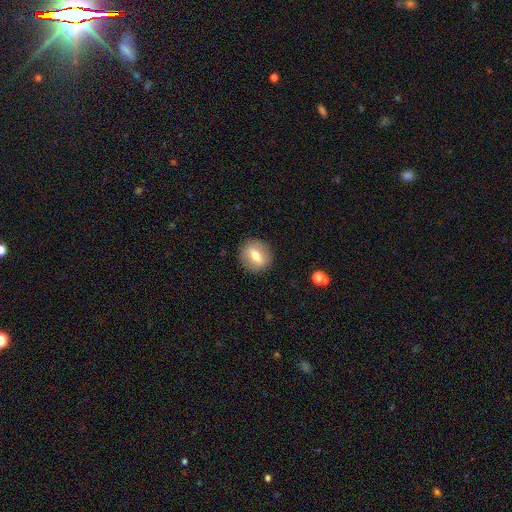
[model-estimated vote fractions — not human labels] This appears to be a smooth galaxy with no disk features (59%) that is round (85%). Merging: none (89%).